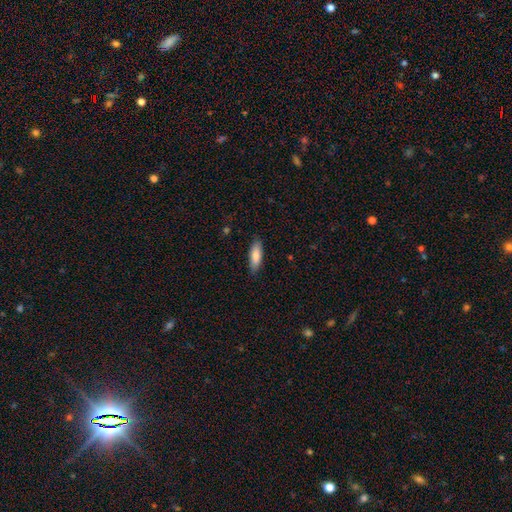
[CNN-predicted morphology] This is clearly a smooth galaxy (81%). How rounded: possibly in between (55%). Merging: clearly none (86%).